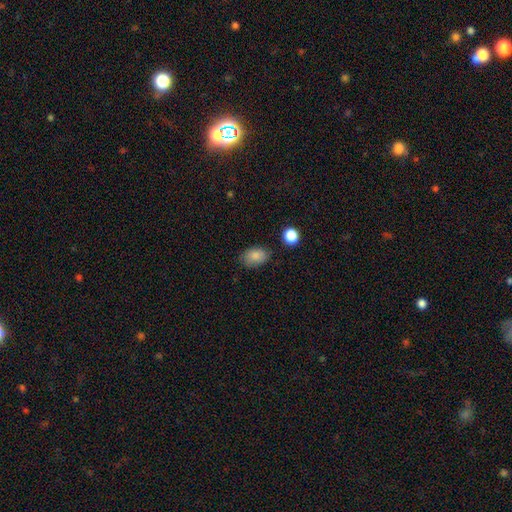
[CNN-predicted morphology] The model was most divided on "merging": none: 77%, minor disturbance: 17%, major disturbance: 4%, merger: 3%. More confident: smooth or featured — smooth (85%); how rounded — in between (82%).